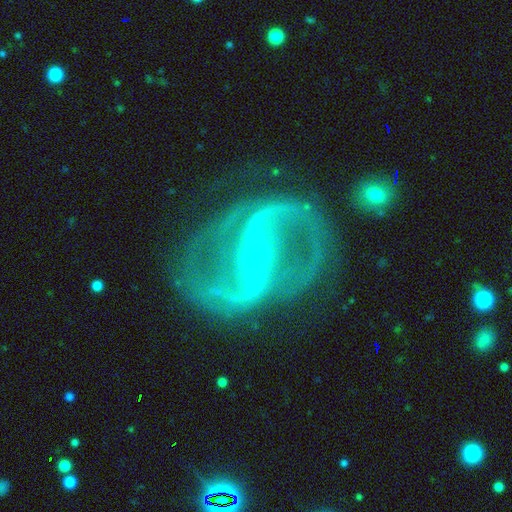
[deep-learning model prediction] This is clearly a featured or disk galaxy (92%). It is clearly not viewed edge-on (98%). Bar: possibly strong (47%). Spiral arm pattern: clearly yes (97%). Spiral arm count: clearly 2 (93%). Spiral winding: possibly medium (50%). Central bulge: clearly small (90%). Merging: likely none (71%).